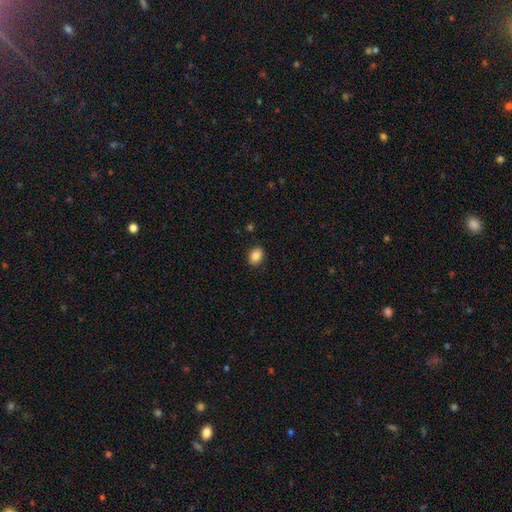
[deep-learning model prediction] The model was most divided on "how rounded": in between: 64%, round: 35%, cigar-shaped: 1%. More confident: merging — none (89%); smooth or featured — smooth (85%).